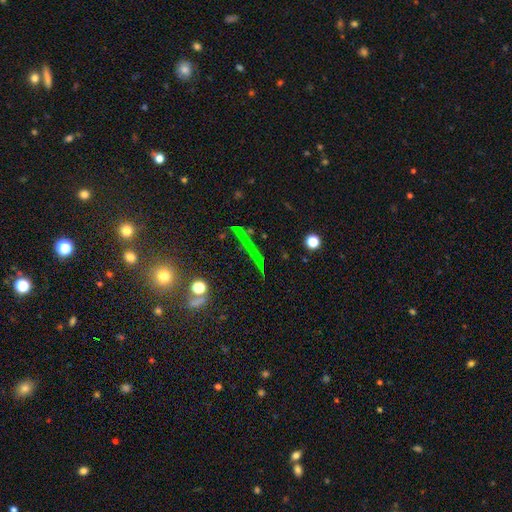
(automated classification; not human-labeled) This appears to be a star or artifact, not a galaxy (50%).